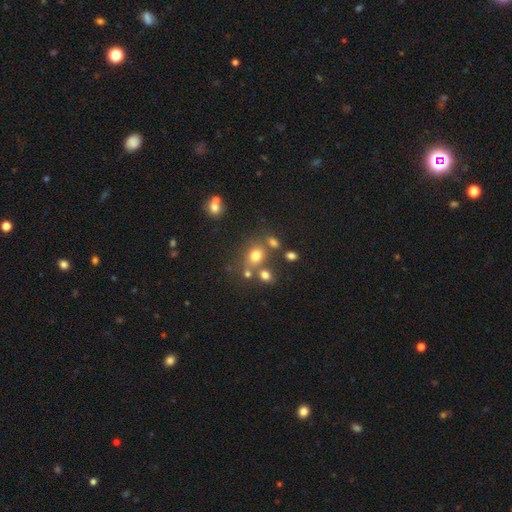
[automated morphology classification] A smooth galaxy with no disk features (71%) that is round (62%).

Vote fractions:
- Smooth or featured? smooth: 71% / star or artifact: 18% / featured or disk: 11%
- How rounded? round: 62% / in between: 37% / cigar-shaped: 1%
- Merging? none: 61% / merger: 21% / minor disturbance: 12% / major disturbance: 6%